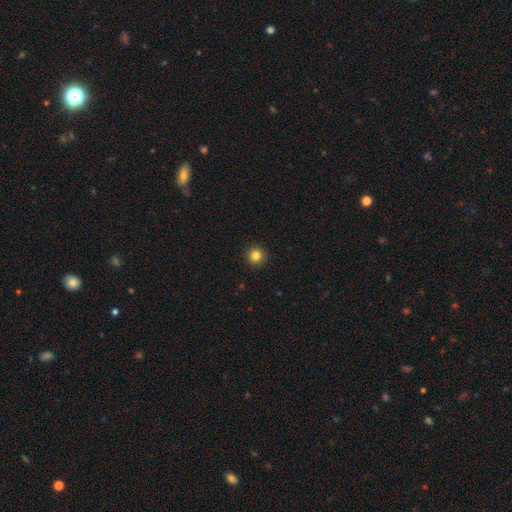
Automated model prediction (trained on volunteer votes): Overall: smooth (83%). How rounded: round (96%). Merging: none (93%).